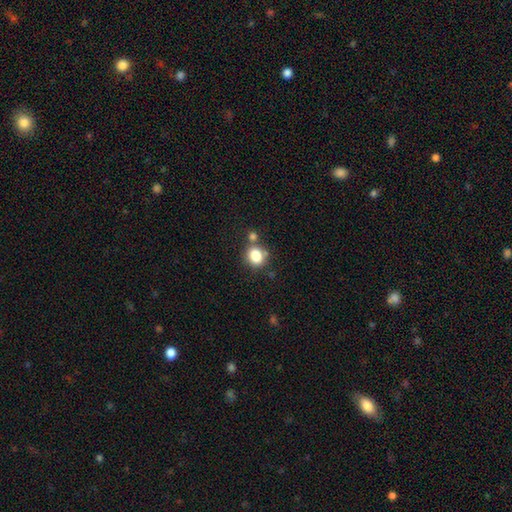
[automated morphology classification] This appears to be a smooth galaxy with no disk features (83%) that is round (68%). Merging: none (65%).